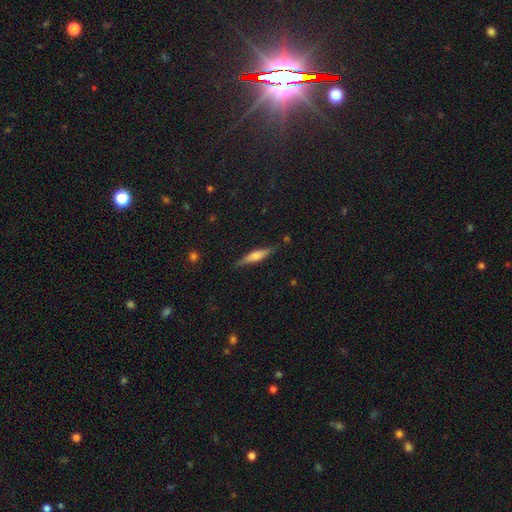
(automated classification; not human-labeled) Overall: featured or disk (56%; smooth 38%). Edge-on disk: yes (95%). Edge-on bulge: rounded (77%). Merging: none (86%).